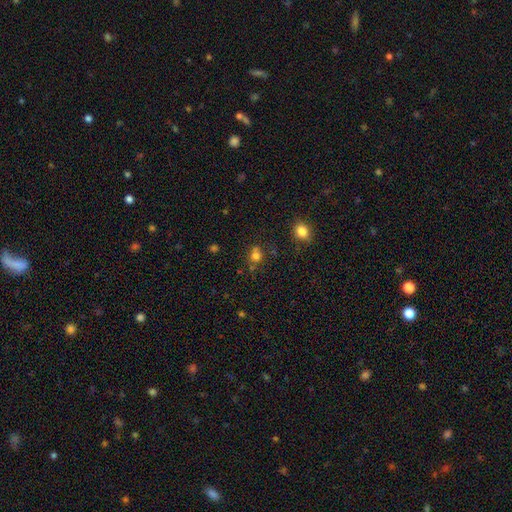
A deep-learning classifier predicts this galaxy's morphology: Smooth or featured?
  - smooth: 75% *
  - star or artifact: 16%
  - featured or disk: 8%
How rounded?
  - round: 68% *
  - in between: 31%
  - cigar-shaped: 1%
Merging?
  - none: 63% *
  - minor disturbance: 17%
  - merger: 14%
  - major disturbance: 6%